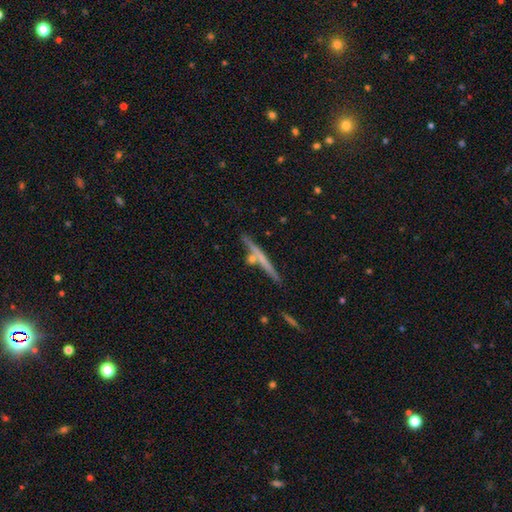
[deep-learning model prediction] This appears to be a featured or disk galaxy (56%) viewed edge-on (96%) with no central bulge (73%). Merging: none (79%).